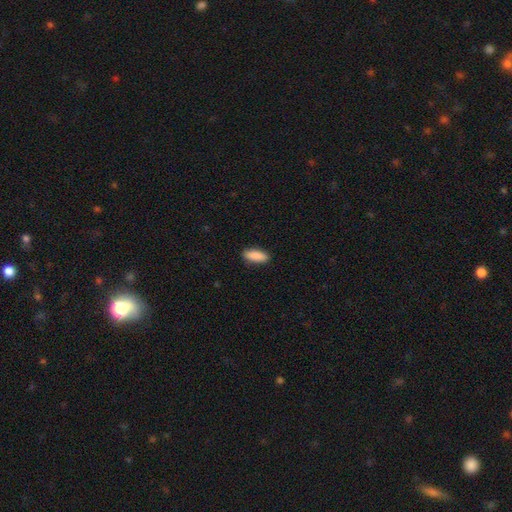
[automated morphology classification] smooth-or-featured: smooth: 90% | star or artifact: 6% | featured or disk: 4%
  how-rounded: in between: 73% | cigar-shaped: 25% | round: 2%
  merging: none: 89% | minor disturbance: 8% | major disturbance: 2% | merger: 1%